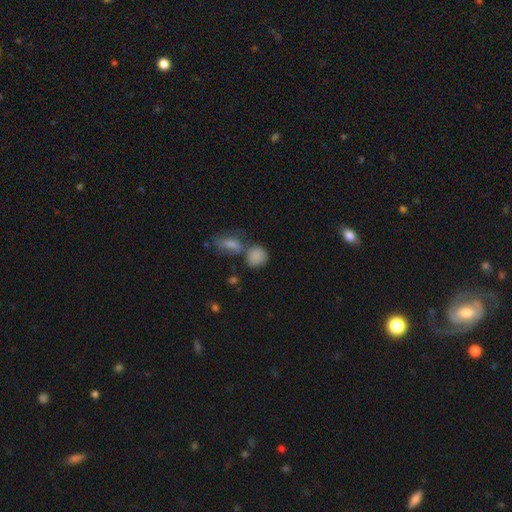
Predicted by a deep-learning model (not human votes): Q: Smooth or featured?
A: smooth (83%); runner-up: star or artifact (10%)
Q: How rounded?
A: round (67%); runner-up: in between (31%)
Q: Merging?
A: none (46%); runner-up: merger (34%)